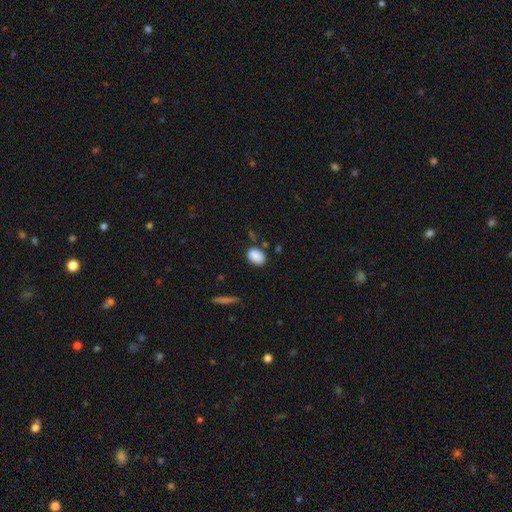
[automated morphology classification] A smooth galaxy with no disk features (88%) that is in between round and cigar-shaped (80%).

Vote fractions:
- Smooth or featured? smooth: 88% / star or artifact: 8% / featured or disk: 4%
- How rounded? in between: 80% / round: 19% / cigar-shaped: 2%
- Merging? none: 75% / minor disturbance: 17% / merger: 4% / major disturbance: 4%